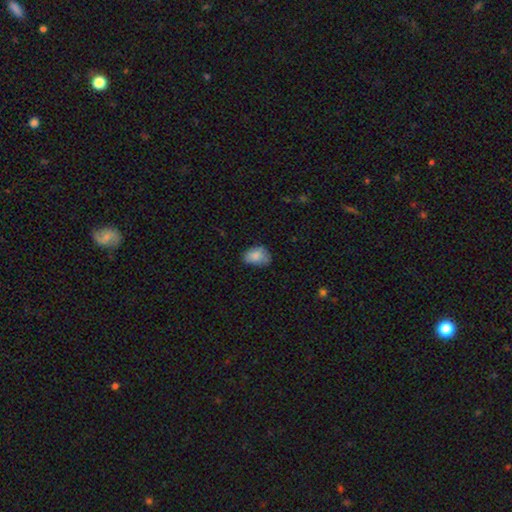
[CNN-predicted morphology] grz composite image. It shows a smooth galaxy with no disk features (83%) that is in between round and cigar-shaped (81%). Merging: none (57%).